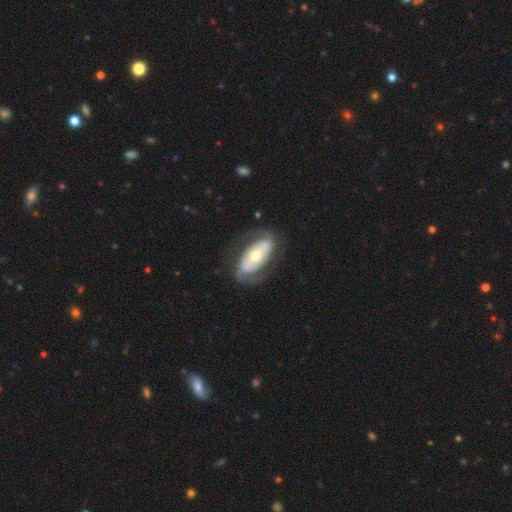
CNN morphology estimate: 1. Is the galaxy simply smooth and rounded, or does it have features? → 74% featured or disk, 22% smooth, 5% star or artifact.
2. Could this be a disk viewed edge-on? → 92% no, 8% yes.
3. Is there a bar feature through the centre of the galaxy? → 39% no, 38% strong, 22% weak.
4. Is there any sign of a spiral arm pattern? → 74% yes, 26% no.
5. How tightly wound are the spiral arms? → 39% medium, 37% tight, 24% loose.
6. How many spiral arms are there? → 81% 2, 12% can't tell, 4% 1, 2% 3, 1% 4, 1% more than 4.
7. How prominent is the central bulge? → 54% moderate, 37% small, 7% large, 1% dominant, 1% none.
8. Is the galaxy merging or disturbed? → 72% none, 15% minor disturbance, 11% major disturbance, 1% merger.